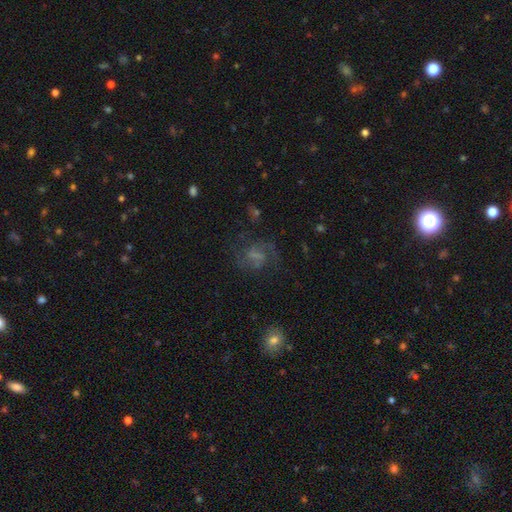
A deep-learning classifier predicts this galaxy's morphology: The model was most divided on "bar": weak: 47%, no: 34%, strong: 19%. Remaining: edge-on disk — no (97%); spiral arms — yes (81%); merging — none (59%); smooth or featured — featured or disk (56%); bulge size — none (49%).